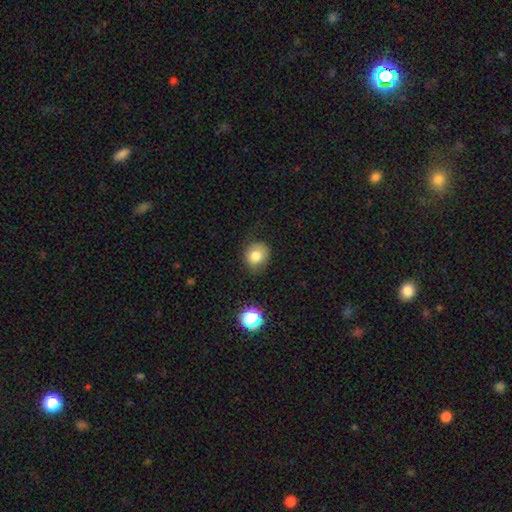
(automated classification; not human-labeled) smooth 80%, star or artifact 11%, featured or disk 9%. Down the decision tree: how rounded — round (74%); merging — none (71%).